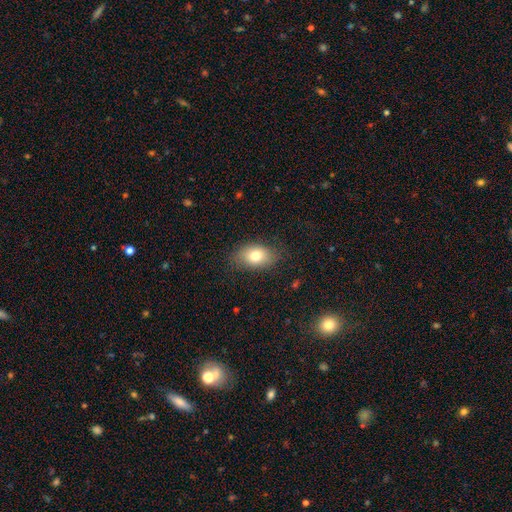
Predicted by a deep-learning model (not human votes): This is likely a smooth galaxy (76%). How rounded: clearly in between (85%). Merging: likely none (80%).